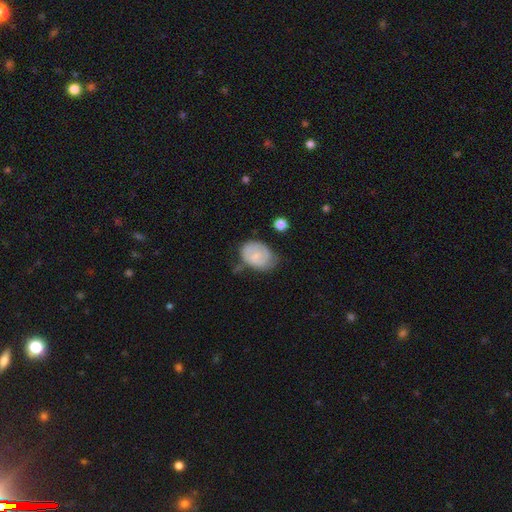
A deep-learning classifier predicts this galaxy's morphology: type=smooth (55%); roundness=in between (74%); merging=none (48%).